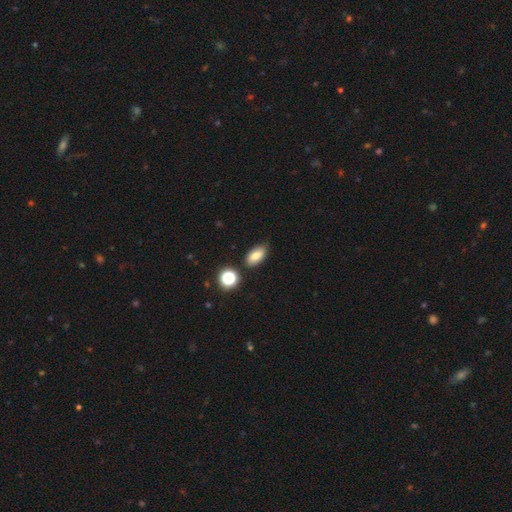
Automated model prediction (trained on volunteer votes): smooth 80%, star or artifact 11%, featured or disk 10%. Down the decision tree: how rounded — in between (89%); merging — none (78%).